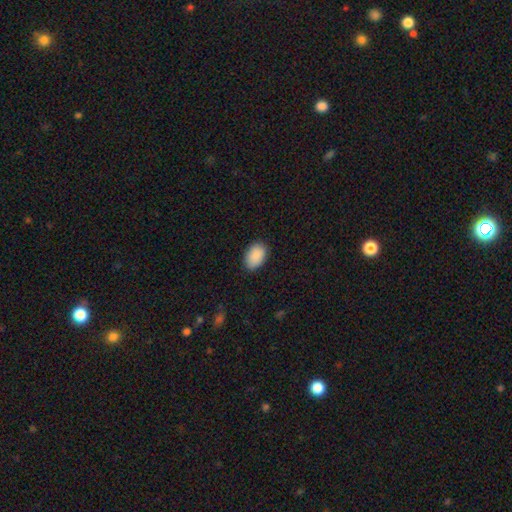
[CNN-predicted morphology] smooth-or-featured: smooth: 91% | star or artifact: 7% | featured or disk: 3%
  how-rounded: in between: 90% | round: 9% | cigar-shaped: 1%
  merging: none: 87% | minor disturbance: 10% | major disturbance: 2% | merger: 1%